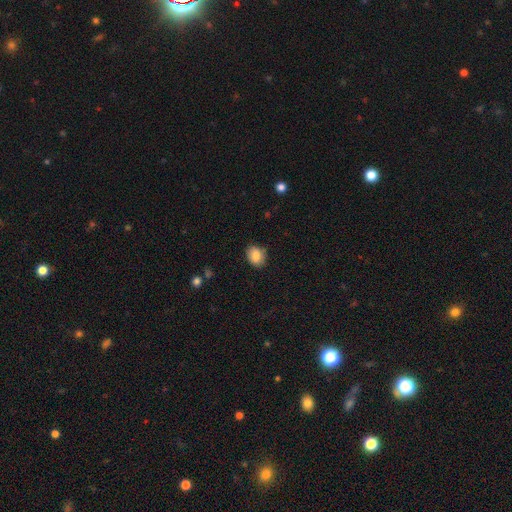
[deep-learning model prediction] Overall: smooth (84%). How rounded: in between (57%; round 42%). Merging: none (80%).